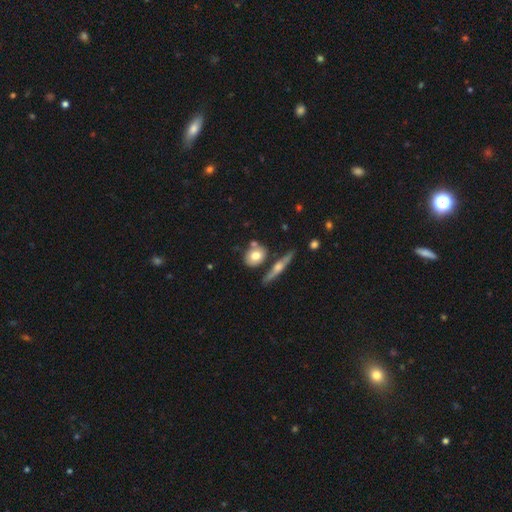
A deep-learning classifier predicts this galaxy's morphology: Q: Smooth or featured?
A: smooth (70%); runner-up: featured or disk (23%)
Q: How rounded?
A: round (54%); runner-up: in between (42%)
Q: Merging?
A: none (62%); runner-up: merger (19%)